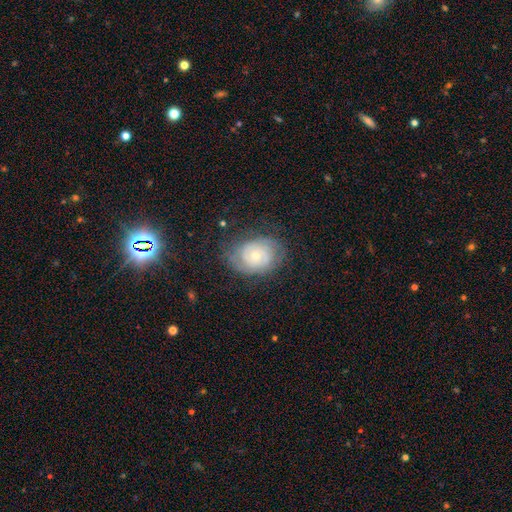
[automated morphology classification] Q: Smooth or featured?
A: featured or disk (65%); runner-up: smooth (27%)
Q: Edge-on disk?
A: no (97%); runner-up: yes (3%)
Q: Bar?
A: no (80%); runner-up: weak (17%)
Q: Spiral arms?
A: yes (82%); runner-up: no (18%)
Q: Spiral winding?
A: tight (65%); runner-up: medium (26%)
Q: Spiral arm count?
A: can't tell (42%); runner-up: 2 (38%)
Q: Bulge size?
A: small (63%); runner-up: moderate (32%)
Q: Merging?
A: none (68%); runner-up: minor disturbance (20%)